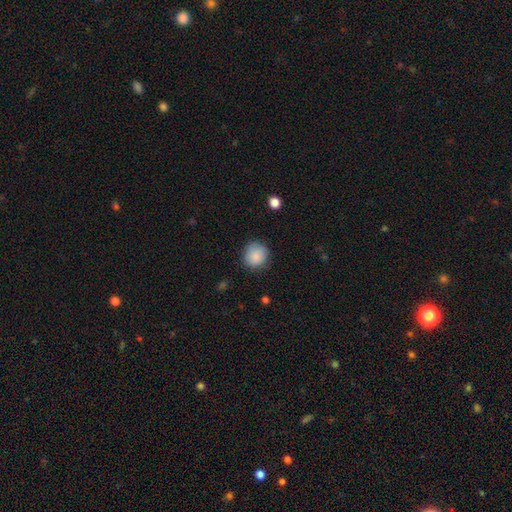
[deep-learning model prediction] A smooth galaxy with no disk features (87%) that is round (85%). Merging: none (80%).